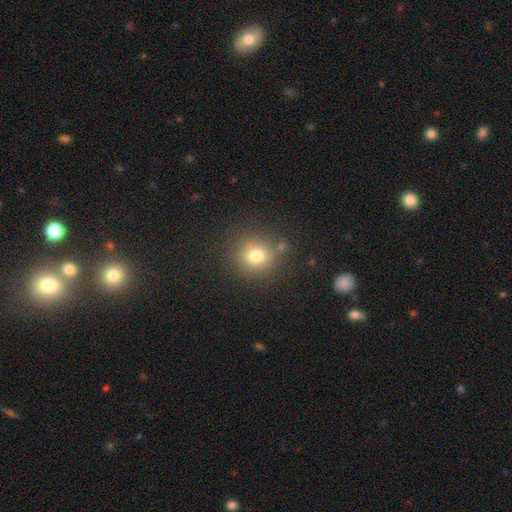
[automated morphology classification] The model was most divided on "smooth or featured": smooth: 75%, star or artifact: 15%, featured or disk: 10%. More confident: how rounded — round (90%); merging — none (78%).